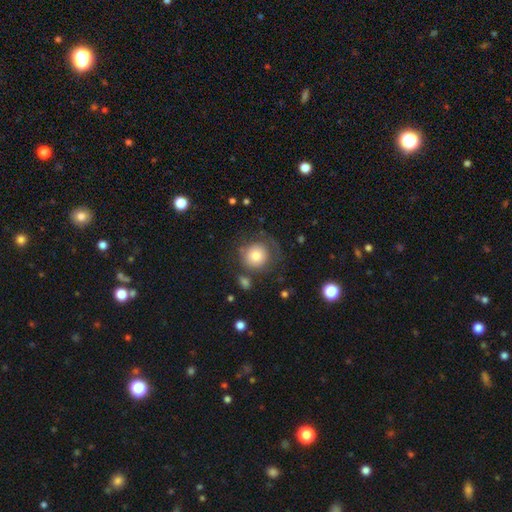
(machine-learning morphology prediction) smooth-or-featured: smooth: 74% | featured or disk: 18% | star or artifact: 9%
  how-rounded: round: 91% | in between: 8% | cigar-shaped: 1%
  merging: none: 59% | minor disturbance: 18% | major disturbance: 17% | merger: 6%